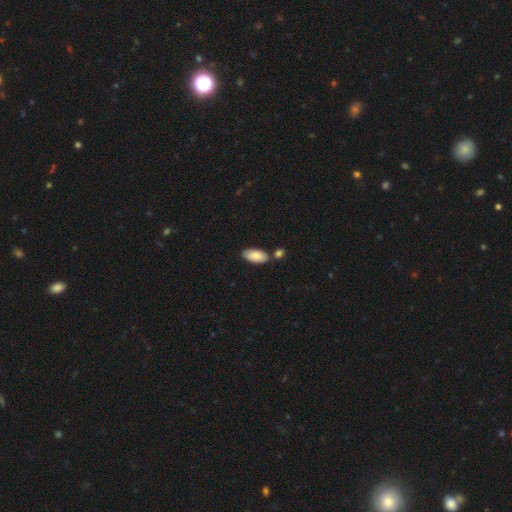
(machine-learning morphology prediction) Smooth or featured: smooth — 83% (featured or disk — 11%)
How rounded: in between — 92% (cigar-shaped — 6%)
Merging: none — 72% (merger — 14%)